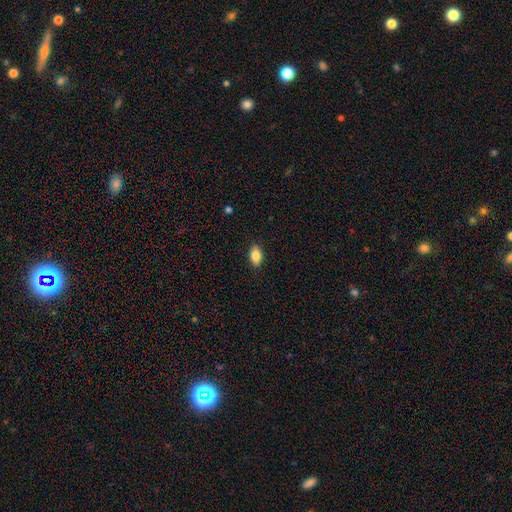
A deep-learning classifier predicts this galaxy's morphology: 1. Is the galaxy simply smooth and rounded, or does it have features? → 83% smooth, 9% featured or disk, 8% star or artifact.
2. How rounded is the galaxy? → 89% in between, 6% round, 5% cigar-shaped.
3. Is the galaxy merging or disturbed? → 88% none, 9% minor disturbance, 2% major disturbance, 1% merger.